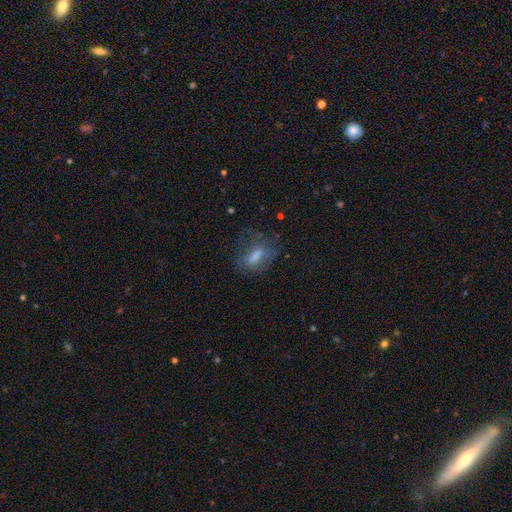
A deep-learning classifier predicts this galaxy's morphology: Smooth or featured: smooth — 53% (featured or disk — 31%)
How rounded: in between — 69% (cigar-shaped — 20%)
Merging: none — 56% (minor disturbance — 22%)